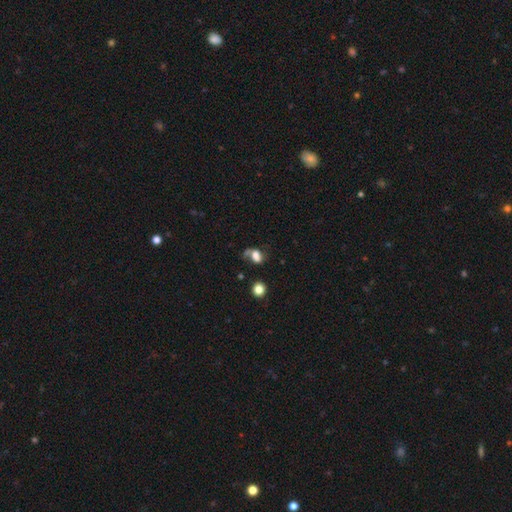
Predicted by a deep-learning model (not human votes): Smooth or featured: smooth — 63% (featured or disk — 22%)
How rounded: in between — 70% (round — 27%)
Merging: none — 38% (merger — 24%)